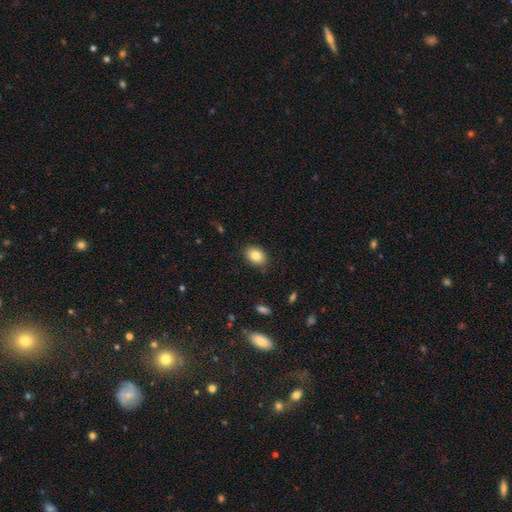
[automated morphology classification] Smooth or featured? smooth (83%)
How rounded? in between (76%)
Merging? none (86%)